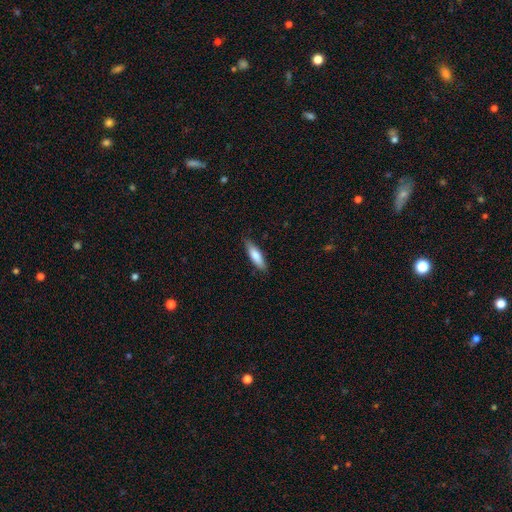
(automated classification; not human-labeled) A smooth galaxy with no disk features (75%) that is cigar-shaped (64%). Merging: none (86%).